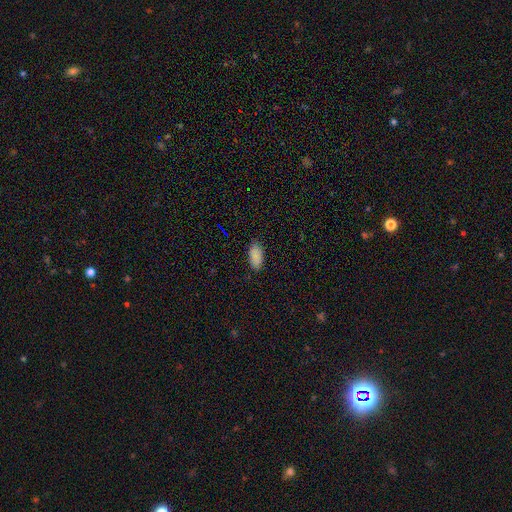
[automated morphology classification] Q: Smooth or featured?
A: smooth (87%); runner-up: star or artifact (8%)
Q: How rounded?
A: in between (93%); runner-up: cigar-shaped (5%)
Q: Merging?
A: none (84%); runner-up: minor disturbance (12%)